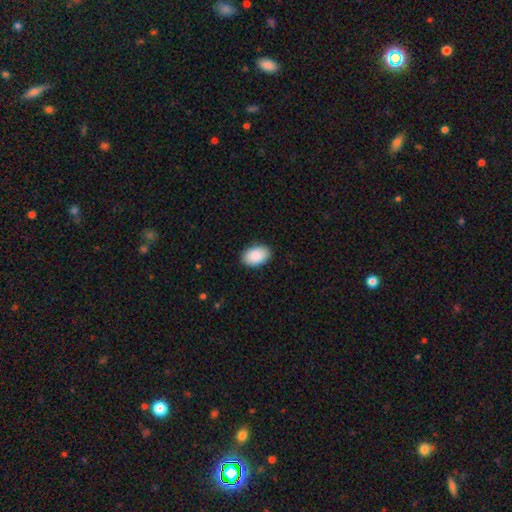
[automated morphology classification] smooth-or-featured: smooth: 91% | star or artifact: 6% | featured or disk: 3%
  how-rounded: in between: 91% | round: 8% | cigar-shaped: 1%
  merging: none: 89% | minor disturbance: 8% | major disturbance: 2% | merger: 1%